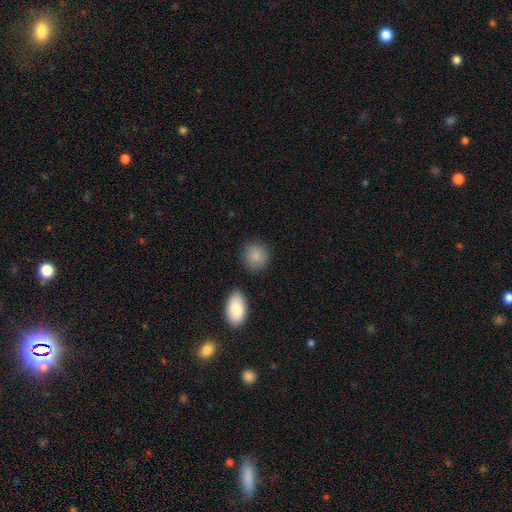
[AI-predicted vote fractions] A smooth galaxy with no disk features (86%) that is round (83%).

Vote fractions:
- Smooth or featured? smooth: 86% / star or artifact: 7% / featured or disk: 7%
- How rounded? round: 83% / in between: 15% / cigar-shaped: 1%
- Merging? none: 82% / minor disturbance: 10% / merger: 5% / major disturbance: 3%